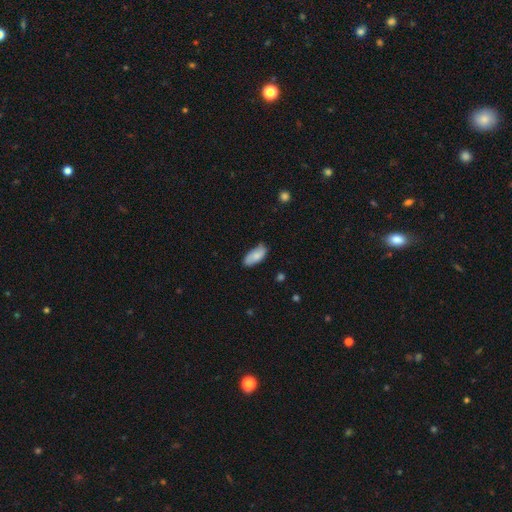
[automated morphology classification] Smooth or featured?
  - smooth: 81% *
  - featured or disk: 13%
  - star or artifact: 6%
How rounded?
  - in between: 90% *
  - cigar-shaped: 8%
  - round: 2%
Merging?
  - none: 75% *
  - minor disturbance: 21%
  - major disturbance: 3%
  - merger: 1%